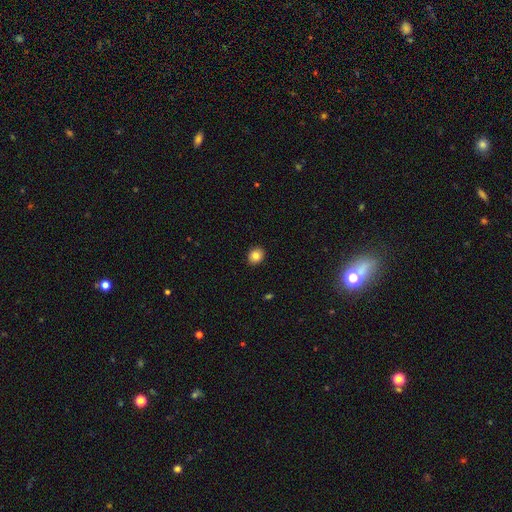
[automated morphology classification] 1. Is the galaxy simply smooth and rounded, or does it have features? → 83% smooth, 9% star or artifact, 7% featured or disk.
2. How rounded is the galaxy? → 66% round, 33% in between, 1% cigar-shaped.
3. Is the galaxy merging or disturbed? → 91% none, 6% minor disturbance, 2% major disturbance, 1% merger.